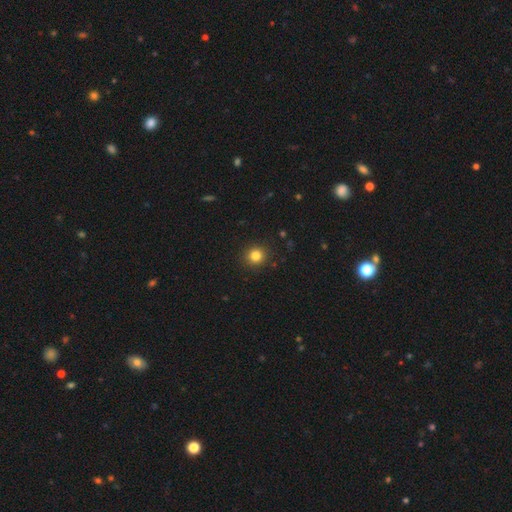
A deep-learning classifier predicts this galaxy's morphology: Smooth or featured: smooth — 83% (star or artifact — 12%)
How rounded: round — 90% (in between — 9%)
Merging: none — 91% (minor disturbance — 6%)